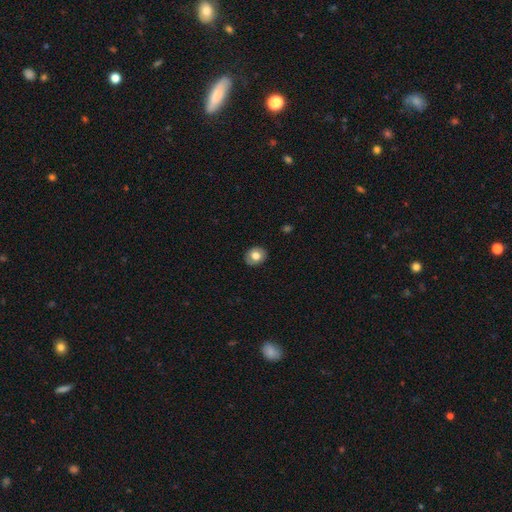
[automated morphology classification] Smooth or featured? smooth (73%)
How rounded? round (62%)
Merging? none (87%)